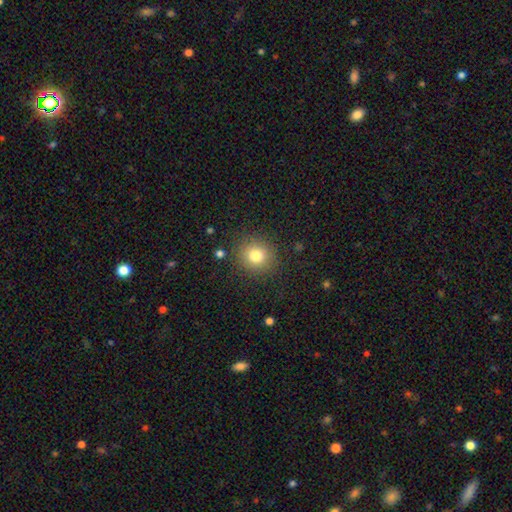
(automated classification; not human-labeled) Smooth or featured?
  - smooth: 79% *
  - star or artifact: 12%
  - featured or disk: 8%
How rounded?
  - round: 88% *
  - in between: 11%
  - cigar-shaped: 1%
Merging?
  - none: 88% *
  - minor disturbance: 8%
  - major disturbance: 3%
  - merger: 2%